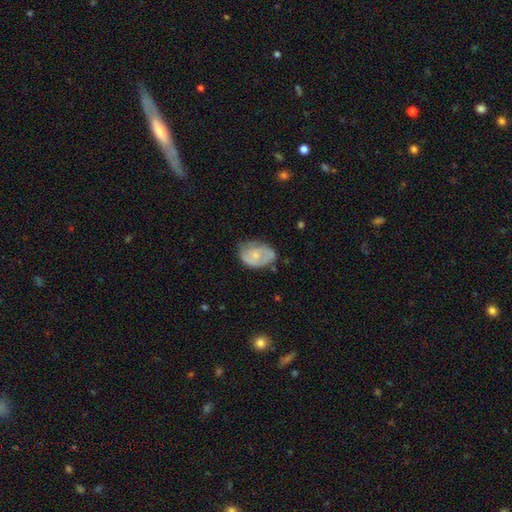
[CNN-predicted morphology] smooth_or_featured: featured or disk (p=0.52) [alt: smooth p=0.42]
disk_edge_on: no (p=0.97) [alt: yes p=0.03]
bar: no (p=0.71) [alt: weak p=0.25]
has_spiral_arms: yes (p=0.73) [alt: no p=0.27]
bulge_size: small (p=0.55) [alt: moderate p=0.31]
merging: none (p=0.54) [alt: minor disturbance p=0.33]